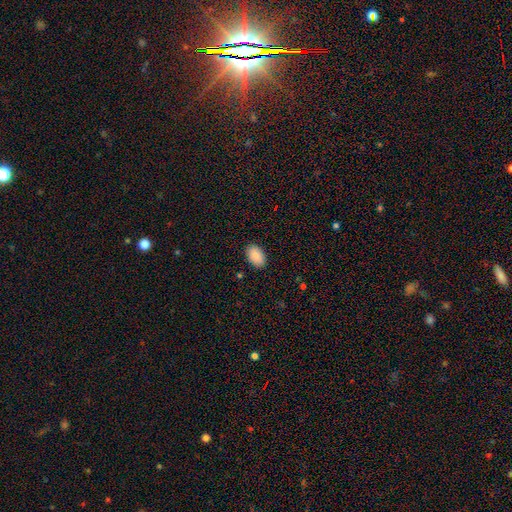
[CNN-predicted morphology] Smooth or featured?
  - smooth: 88% *
  - star or artifact: 7%
  - featured or disk: 5%
How rounded?
  - in between: 91% *
  - round: 8%
  - cigar-shaped: 1%
Merging?
  - none: 88% *
  - minor disturbance: 9%
  - major disturbance: 2%
  - merger: 1%